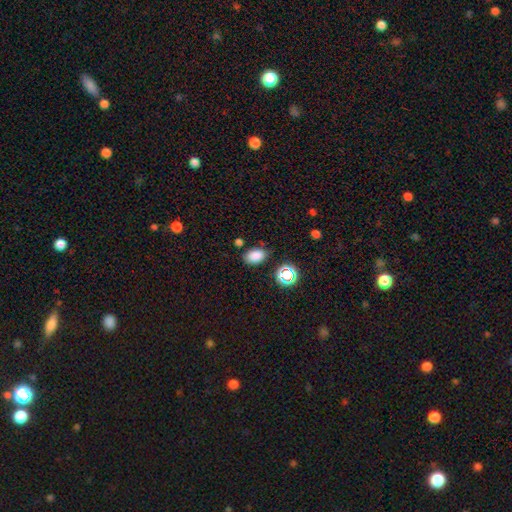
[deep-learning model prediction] A smooth galaxy with no disk features (81%) that is in between round and cigar-shaped (85%). Merging: none (80%).